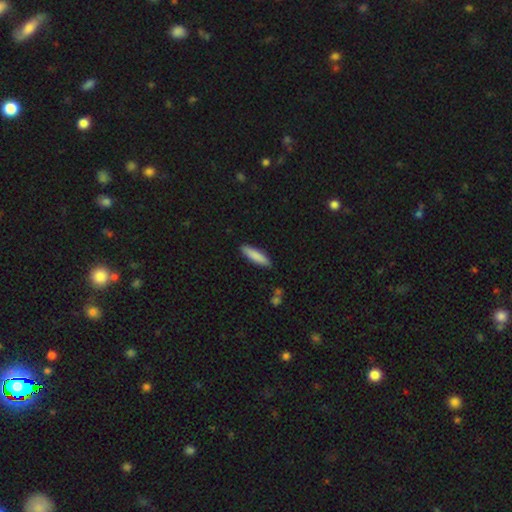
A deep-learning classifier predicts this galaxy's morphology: A smooth galaxy with no disk features (85%) that is cigar-shaped (75%).

Vote fractions:
- Smooth or featured? smooth: 85% / featured or disk: 10% / star or artifact: 6%
- How rounded? cigar-shaped: 75% / in between: 24% / round: 1%
- Merging? none: 88% / minor disturbance: 9% / major disturbance: 2% / merger: 1%